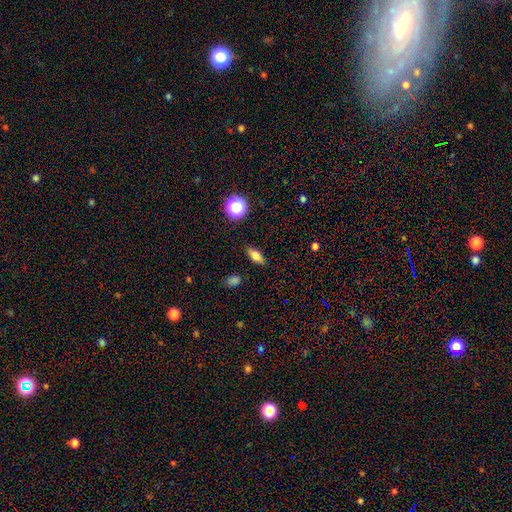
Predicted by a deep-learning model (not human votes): Overall: smooth (78%). How rounded: in between (74%). Merging: none (86%).